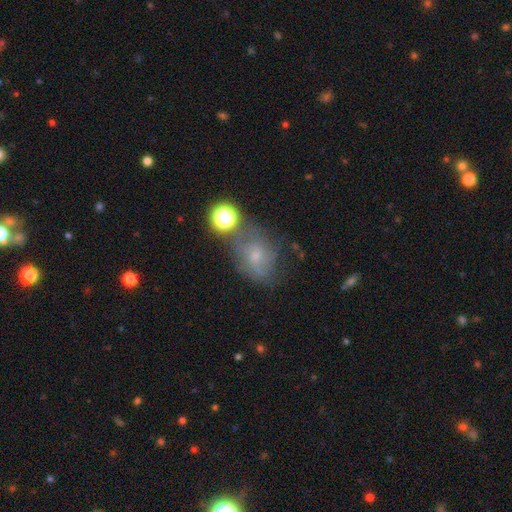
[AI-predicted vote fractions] This is possibly a smooth galaxy (45%). Merging: possibly none (46%).